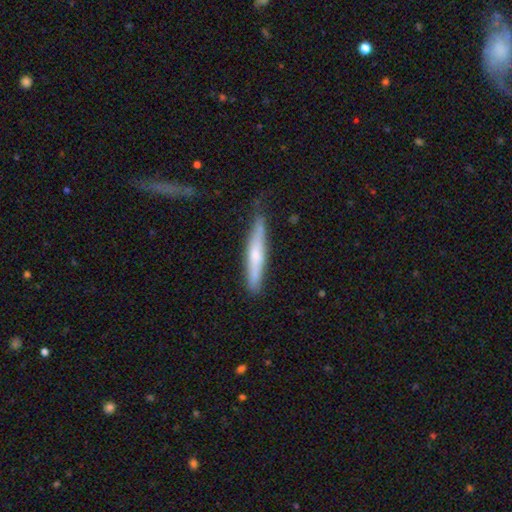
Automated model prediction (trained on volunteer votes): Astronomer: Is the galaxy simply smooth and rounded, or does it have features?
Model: smooth — 52% (runner-up: featured or disk, 43%).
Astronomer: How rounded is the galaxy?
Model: cigar-shaped — 93%.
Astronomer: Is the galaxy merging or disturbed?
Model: none — 78%.